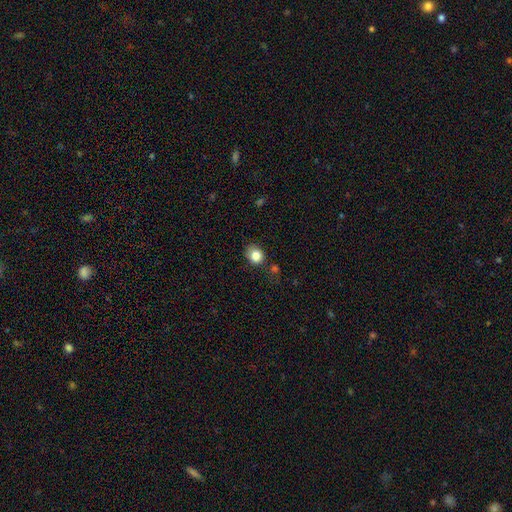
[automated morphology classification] This appears to be a smooth galaxy with no disk features (84%) that is round (64%). Merging: none (69%).